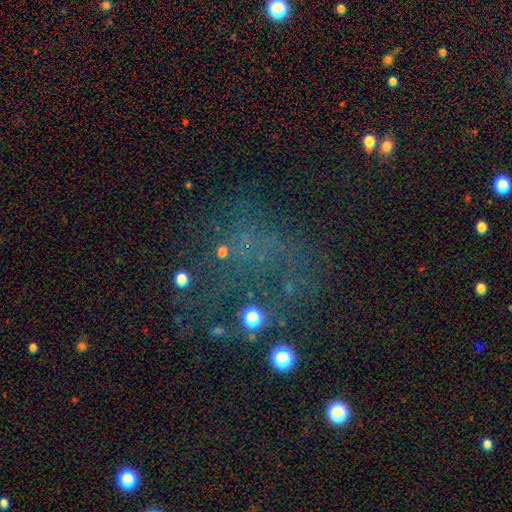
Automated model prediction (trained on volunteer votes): smooth_or_featured: star or artifact (p=0.56) [alt: smooth p=0.24]